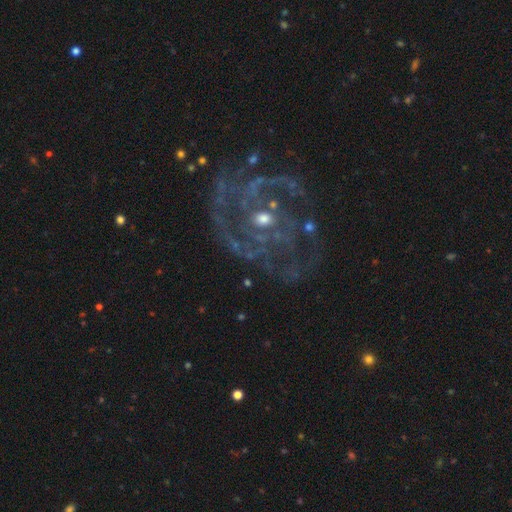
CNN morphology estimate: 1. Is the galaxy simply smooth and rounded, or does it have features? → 87% featured or disk, 9% star or artifact, 4% smooth.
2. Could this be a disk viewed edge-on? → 98% no, 2% yes.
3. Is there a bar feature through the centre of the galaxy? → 63% no, 29% weak, 9% strong.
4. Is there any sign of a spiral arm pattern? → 93% yes, 7% no.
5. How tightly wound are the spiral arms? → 51% tight, 39% medium, 10% loose.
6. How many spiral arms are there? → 25% can't tell, 24% 2, 24% 3, 11% 4, 8% more than 4, 8% 1.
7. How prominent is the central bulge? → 57% small, 37% moderate, 3% none, 2% large, 1% dominant.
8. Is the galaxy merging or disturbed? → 66% none, 17% minor disturbance, 15% major disturbance, 3% merger.